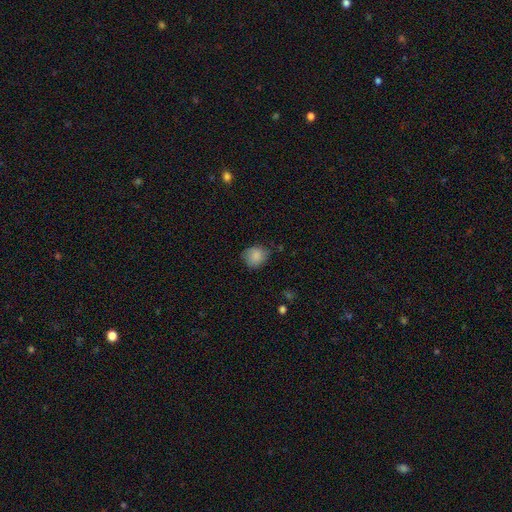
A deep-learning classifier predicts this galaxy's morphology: type=smooth (86%); roundness=round (75%); merging=none (71%).